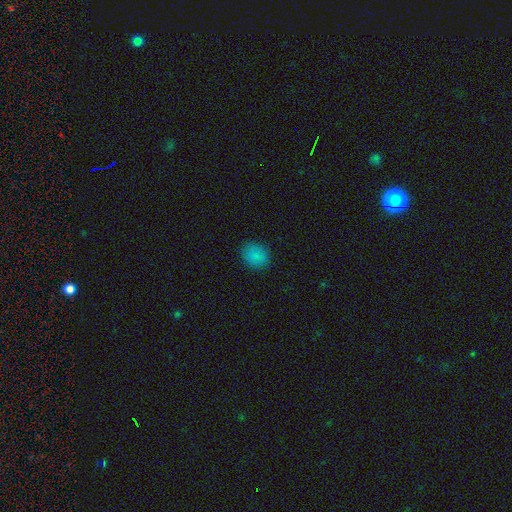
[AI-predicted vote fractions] A smooth galaxy with no disk features (84%) that is round (61%).

Vote fractions:
- Smooth or featured? smooth: 84% / star or artifact: 12% / featured or disk: 4%
- How rounded? round: 61% / in between: 38% / cigar-shaped: 1%
- Merging? none: 87% / minor disturbance: 10% / major disturbance: 2% / merger: 1%